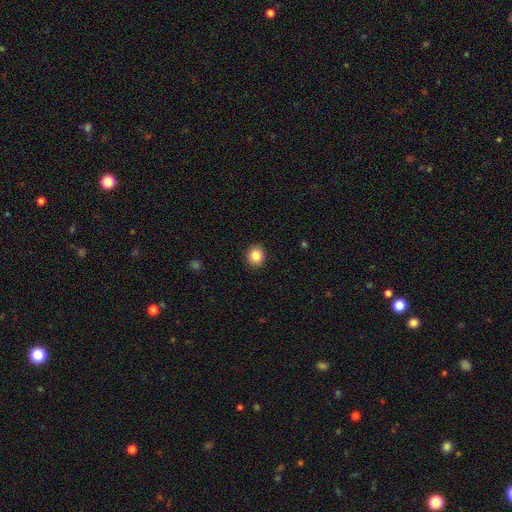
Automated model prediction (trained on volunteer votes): Overall: smooth (85%). How rounded: round (85%). Merging: none (91%).